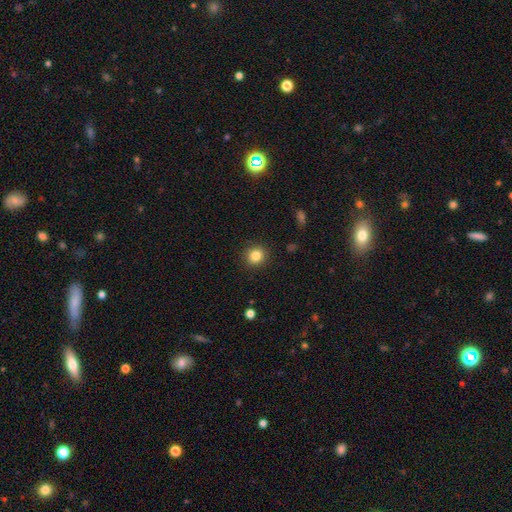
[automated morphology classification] Smooth or featured?
  - smooth: 84% *
  - star or artifact: 11%
  - featured or disk: 5%
How rounded?
  - round: 89% *
  - in between: 10%
  - cigar-shaped: 1%
Merging?
  - none: 91% *
  - minor disturbance: 6%
  - major disturbance: 2%
  - merger: 1%